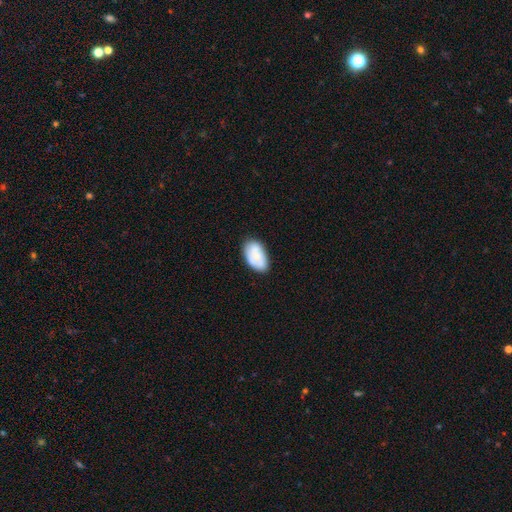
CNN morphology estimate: Smooth or featured: smooth — 62% (featured or disk — 32%)
How rounded: in between — 93% (round — 5%)
Merging: none — 68% (minor disturbance — 23%)